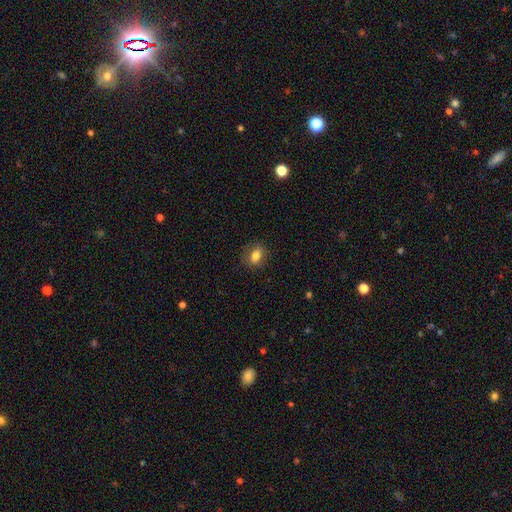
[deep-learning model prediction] Smooth or featured? Predicted: smooth (p=0.80). How rounded? Predicted: in between (p=0.72). Merging? Predicted: none (p=0.82).